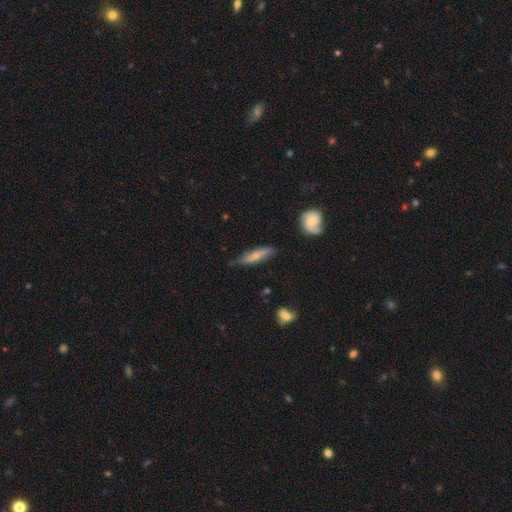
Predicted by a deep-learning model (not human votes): Q: Smooth or featured?
A: smooth (60%); runner-up: featured or disk (34%)
Q: How rounded?
A: cigar-shaped (69%); runner-up: in between (29%)
Q: Merging?
A: none (65%); runner-up: minor disturbance (27%)